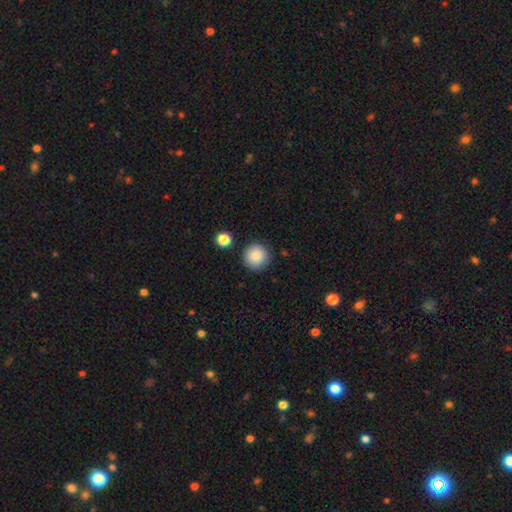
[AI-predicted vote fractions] Smooth or featured: smooth — 87% (star or artifact — 9%)
How rounded: round — 95% (in between — 4%)
Merging: none — 87% (minor disturbance — 7%)